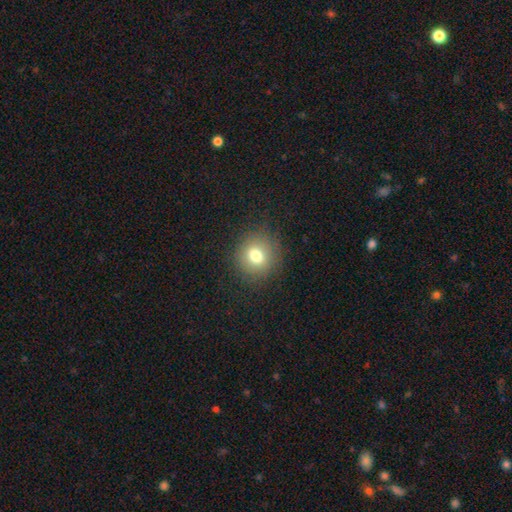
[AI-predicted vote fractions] Smooth or featured? Predicted: smooth (p=0.75). How rounded? Predicted: round (p=0.86). Merging? Predicted: none (p=0.86).